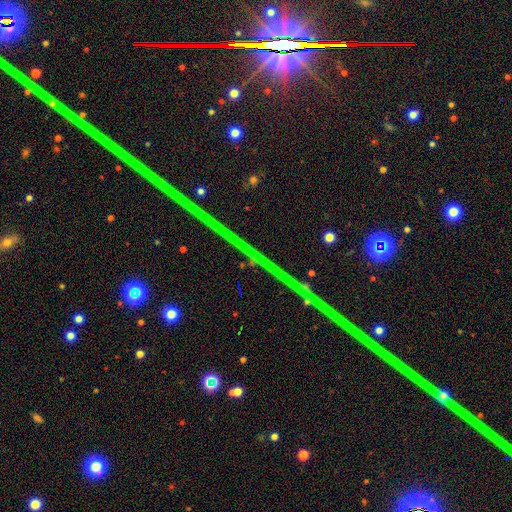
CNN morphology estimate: The model was most divided on "smooth or featured": star or artifact: 86%, featured or disk: 8%, smooth: 6%.